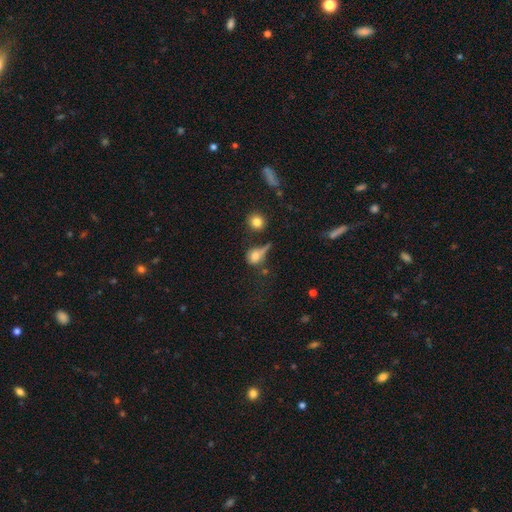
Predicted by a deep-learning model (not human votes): This is likely a smooth galaxy (67%). How rounded: possibly round (53%). Merging: marginally none (35%).